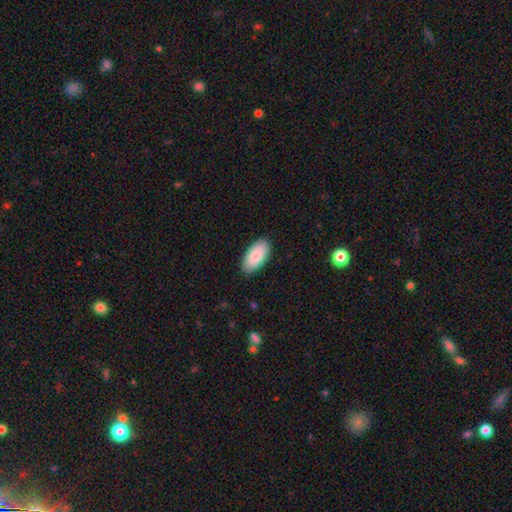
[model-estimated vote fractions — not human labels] Overall: smooth (87%). How rounded: in between (95%). Merging: none (88%).